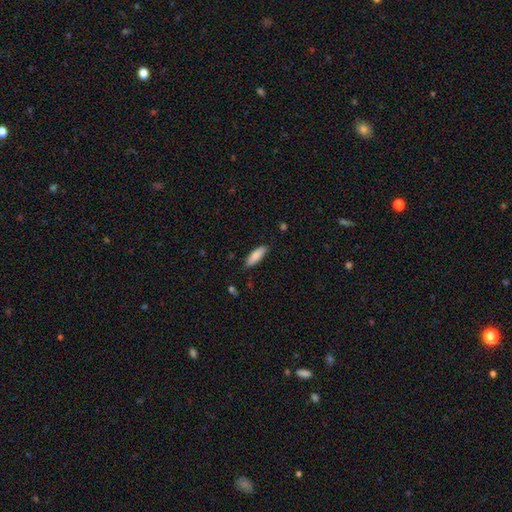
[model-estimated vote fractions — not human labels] smooth_or_featured: smooth (p=0.86) [alt: featured or disk p=0.08]
how_rounded: cigar-shaped (p=0.49) [tied with: in between p=0.49]
merging: none (p=0.85) [alt: minor disturbance p=0.11]